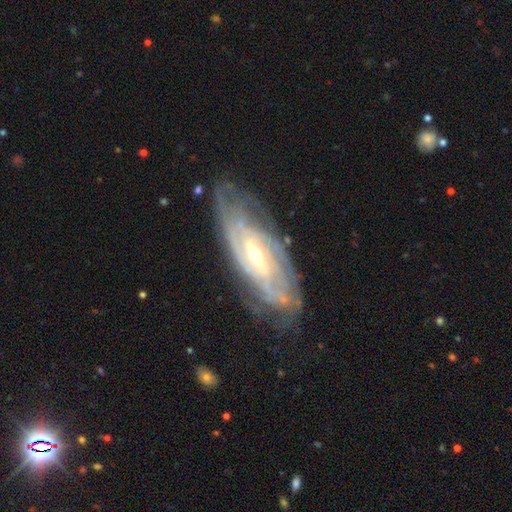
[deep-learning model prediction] This appears to be a featured or disk galaxy (88%) with a weak bar (44%), tight (69%) spiral arms (95%) and a small central bulge (57%). Merging: none (73%).